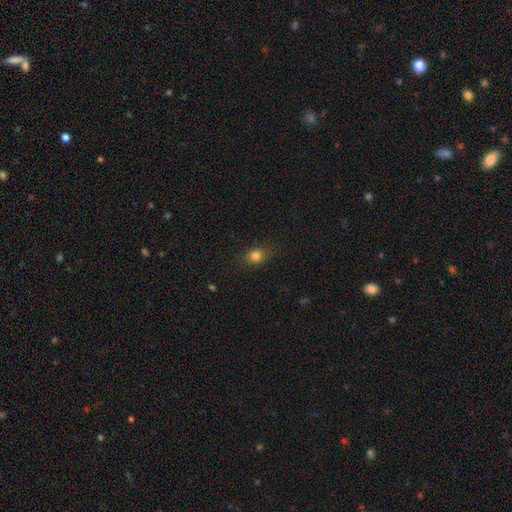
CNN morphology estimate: Smooth or featured?
  - smooth: 80% *
  - star or artifact: 13%
  - featured or disk: 7%
How rounded?
  - round: 60% *
  - in between: 38%
  - cigar-shaped: 2%
Merging?
  - none: 83% *
  - minor disturbance: 12%
  - major disturbance: 3%
  - merger: 1%